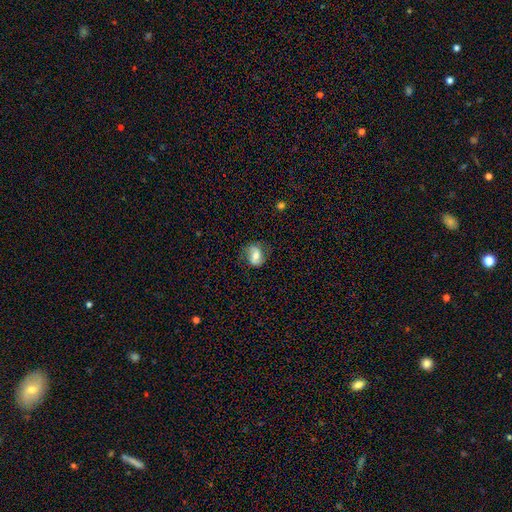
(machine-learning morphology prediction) Smooth or featured? smooth (48%)
Merging? none (68%)